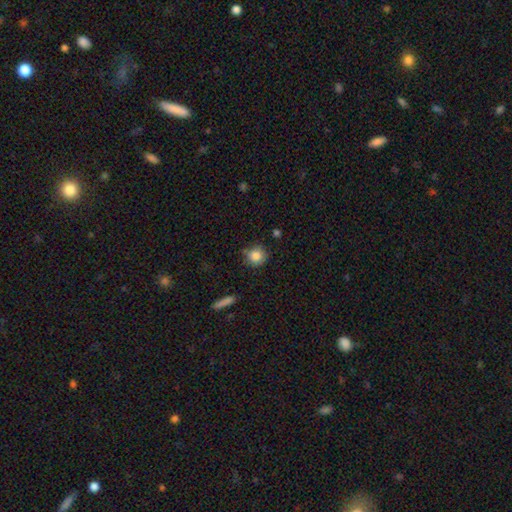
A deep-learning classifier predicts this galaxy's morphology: A smooth galaxy with no disk features (85%) that is round (90%). Merging: none (78%).